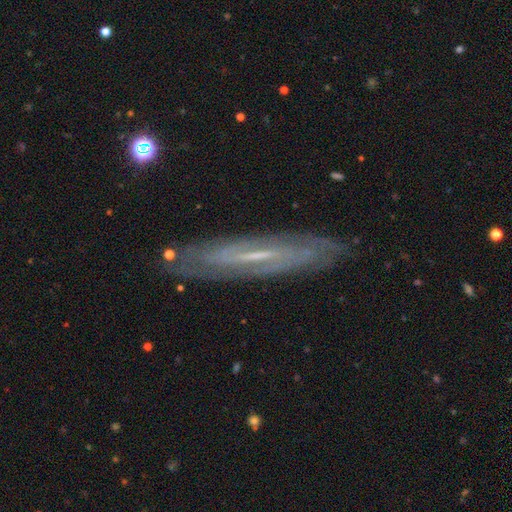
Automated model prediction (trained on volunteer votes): featured or disk 70%, smooth 21%, star or artifact 9%. Down the decision tree: edge-on disk — yes (58%); merging — none (84%).